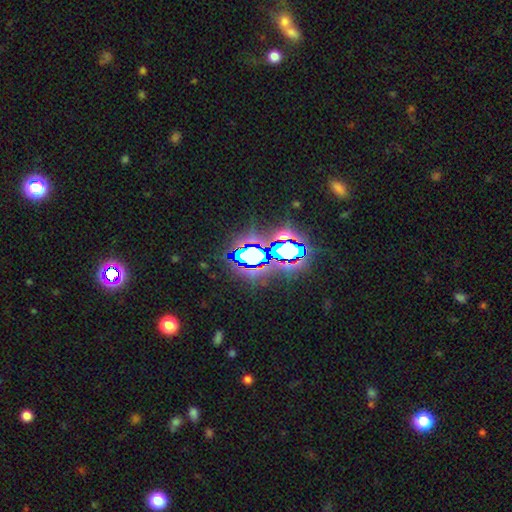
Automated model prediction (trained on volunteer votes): Smooth or featured?
  - star or artifact: 80% *
  - smooth: 11%
  - featured or disk: 9%